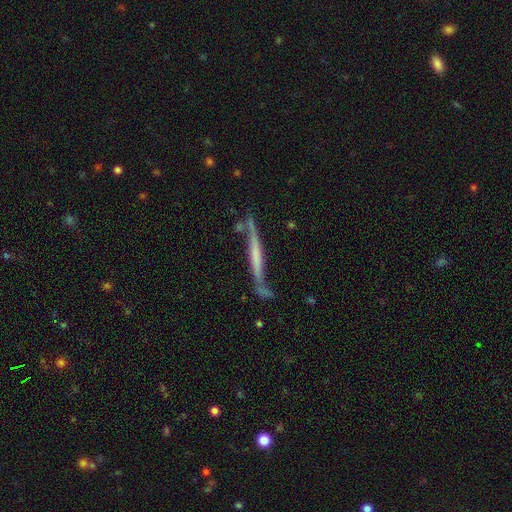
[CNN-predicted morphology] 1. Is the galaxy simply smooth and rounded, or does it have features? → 65% featured or disk, 28% smooth, 7% star or artifact.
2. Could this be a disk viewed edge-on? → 85% yes, 15% no.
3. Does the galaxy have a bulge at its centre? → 65% none, 19% rounded, 16% boxy.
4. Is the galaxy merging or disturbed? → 57% none, 24% minor disturbance, 10% merger, 10% major disturbance.